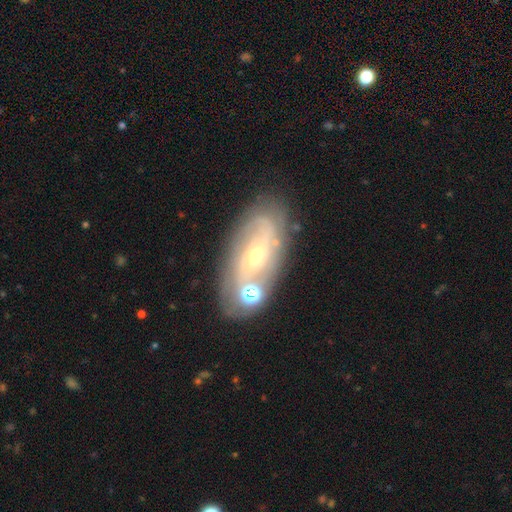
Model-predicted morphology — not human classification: This is likely a featured or disk galaxy (71%). It is clearly not viewed edge-on (90%). Bar: possibly no (59%). Spiral arm pattern: likely yes (77%). Central bulge: possibly small (56%). Merging: likely none (63%).